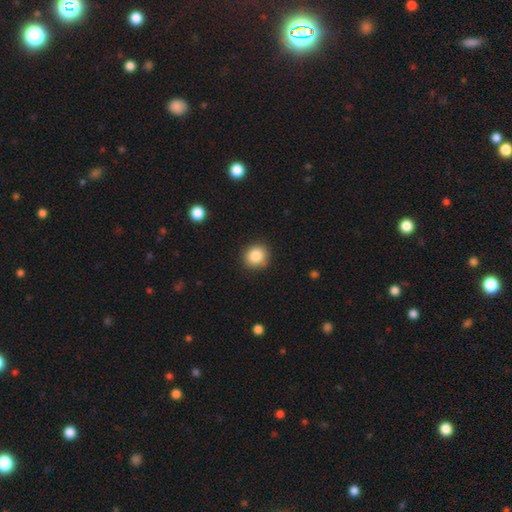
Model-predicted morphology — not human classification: Q: Smooth or featured?
A: smooth (85%); runner-up: star or artifact (9%)
Q: How rounded?
A: round (86%); runner-up: in between (13%)
Q: Merging?
A: none (89%); runner-up: minor disturbance (8%)